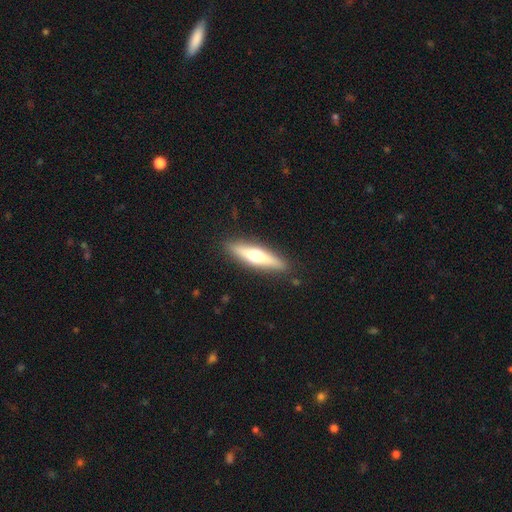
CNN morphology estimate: Overall: featured or disk (47%, tied with smooth). Merging: none (88%).